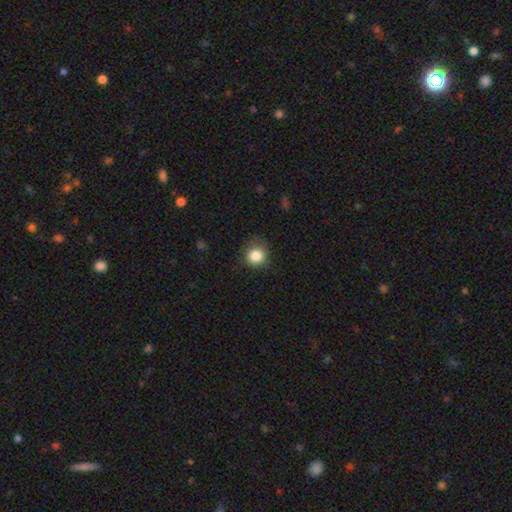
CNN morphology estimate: type=smooth (84%); roundness=round (88%); merging=none (72%).